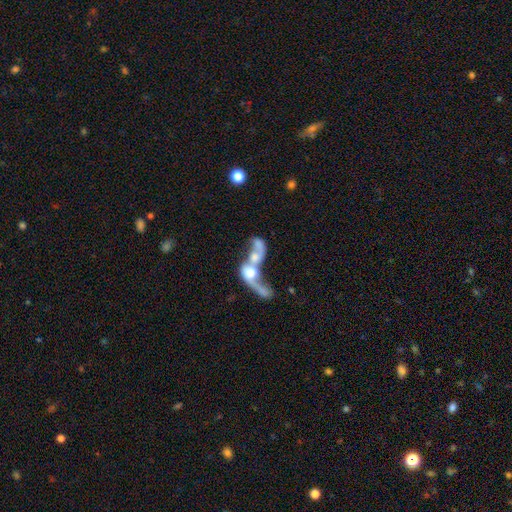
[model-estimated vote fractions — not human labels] Smooth or featured: featured or disk — 55% (smooth — 36%)
Edge-on disk: no — 92% (yes — 8%)
Bar: no — 77% (weak — 18%)
Spiral arms: no — 52% (yes — 48%)
Bulge size: moderate — 40% (large — 29%)
Merging: merger — 79% (major disturbance — 12%)